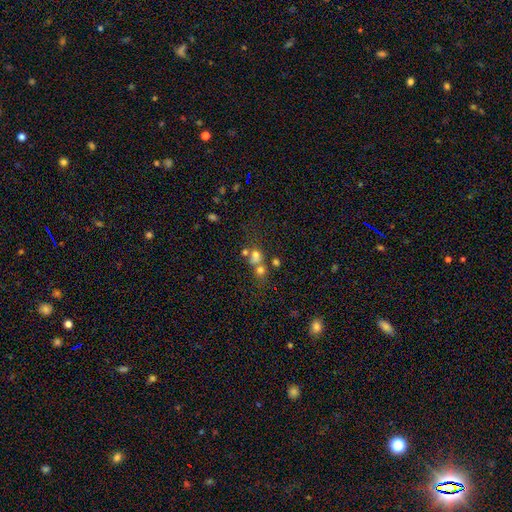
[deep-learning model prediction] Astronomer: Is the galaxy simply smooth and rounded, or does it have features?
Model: smooth — 62%.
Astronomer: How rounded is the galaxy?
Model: round — 72%.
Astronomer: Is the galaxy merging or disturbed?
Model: merger — 49% (runner-up: none, 35%).